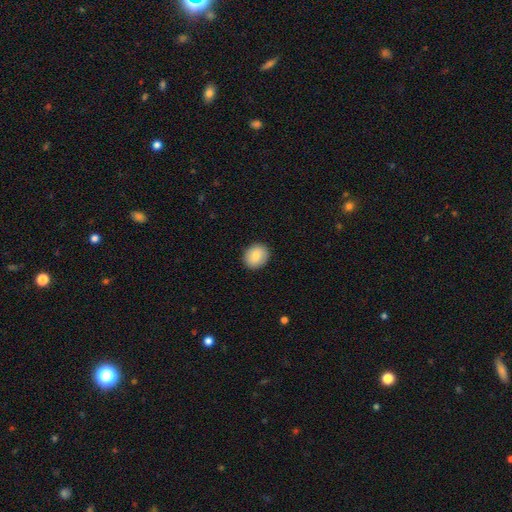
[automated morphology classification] Smooth or featured: smooth — 82% (featured or disk — 11%)
How rounded: round — 75% (in between — 24%)
Merging: none — 90% (minor disturbance — 7%)